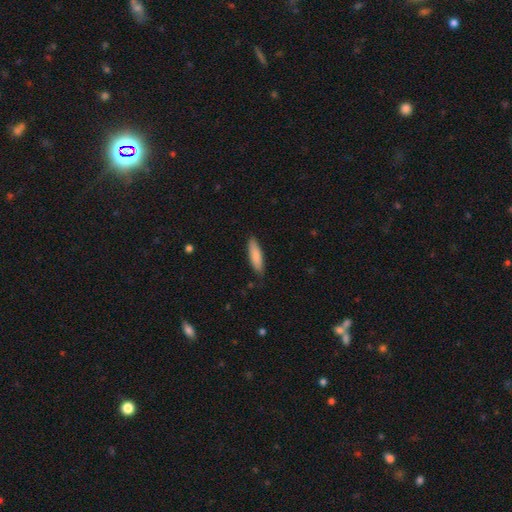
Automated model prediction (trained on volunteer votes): Morphology: type=smooth (85%); roundness=cigar-shaped (64%); merging=none (83%).